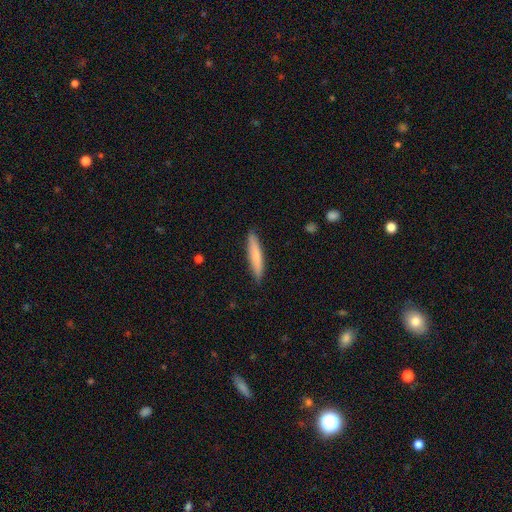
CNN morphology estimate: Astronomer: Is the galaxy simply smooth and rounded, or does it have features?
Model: smooth — 75%.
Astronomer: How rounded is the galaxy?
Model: cigar-shaped — 90%.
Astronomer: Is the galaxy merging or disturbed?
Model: none — 89%.